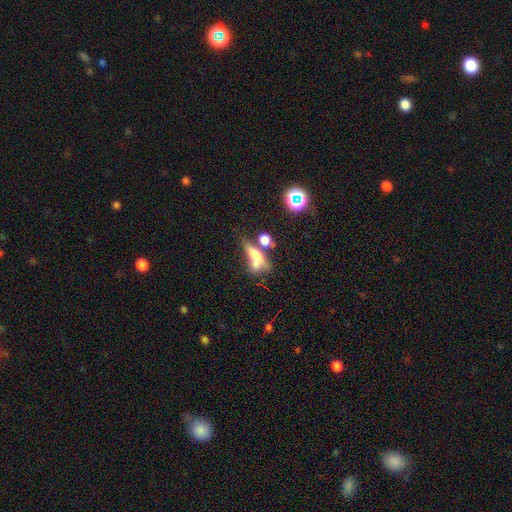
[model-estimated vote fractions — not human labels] Smooth or featured? Predicted: smooth (p=0.57). How rounded? Predicted: in between (p=0.64). Merging? Predicted: merger (p=0.46).